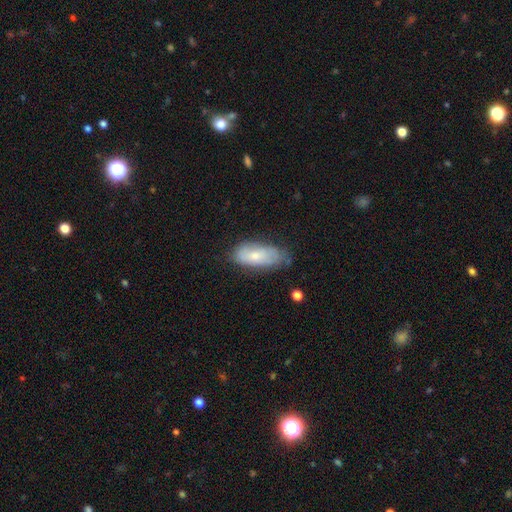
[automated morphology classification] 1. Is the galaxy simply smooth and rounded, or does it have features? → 65% smooth, 29% featured or disk, 7% star or artifact.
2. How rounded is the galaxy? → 84% in between, 14% cigar-shaped, 2% round.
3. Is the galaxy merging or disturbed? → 57% none, 33% minor disturbance, 9% major disturbance, 2% merger.